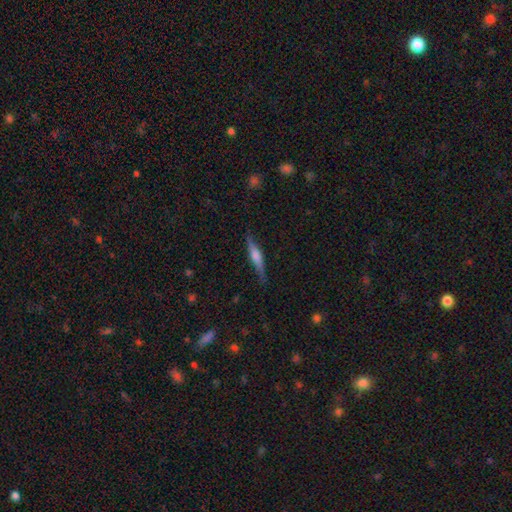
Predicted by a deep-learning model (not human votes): Smooth or featured? Predicted: featured or disk (p=0.60). Edge-on disk? Predicted: yes (p=0.96). Edge-on bulge? Predicted: rounded (p=0.66). Merging? Predicted: none (p=0.84).